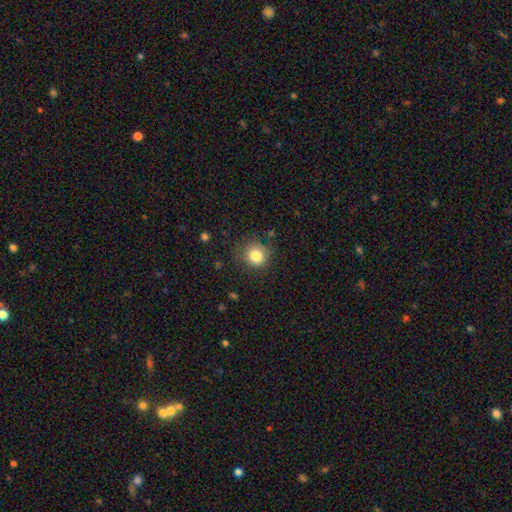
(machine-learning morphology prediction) smooth_or_featured: smooth (p=0.82) [alt: star or artifact p=0.11]
how_rounded: round (p=0.88) [alt: in between p=0.11]
merging: none (p=0.78) [alt: minor disturbance p=0.16]